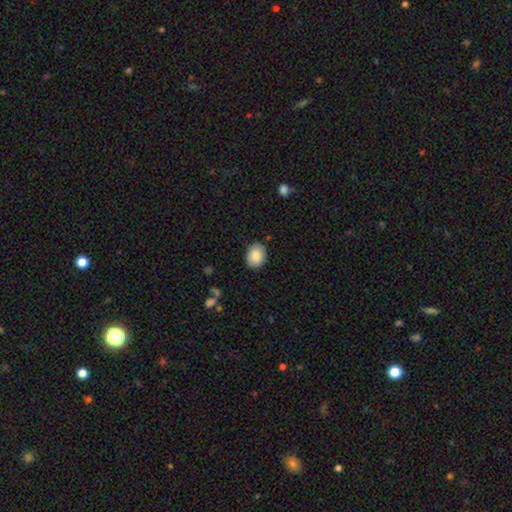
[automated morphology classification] This appears to be a smooth galaxy with no disk features (88%) that is in between round and cigar-shaped (65%). Merging: none (87%).